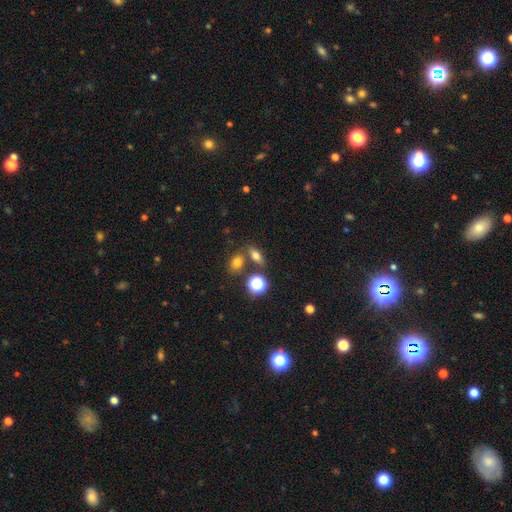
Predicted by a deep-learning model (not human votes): This is likely a smooth galaxy (68%). How rounded: likely in between (66%). Merging: likely none (70%).